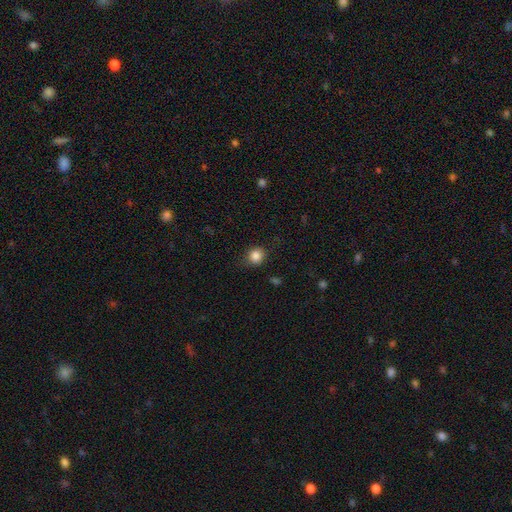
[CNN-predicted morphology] This is clearly a smooth galaxy (84%). How rounded: clearly round (81%). Merging: clearly none (80%).